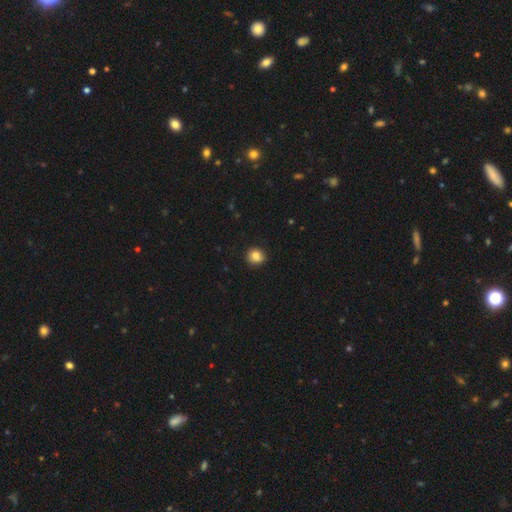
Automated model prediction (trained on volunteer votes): A smooth galaxy with no disk features (83%) that is round (81%). Merging: none (81%).